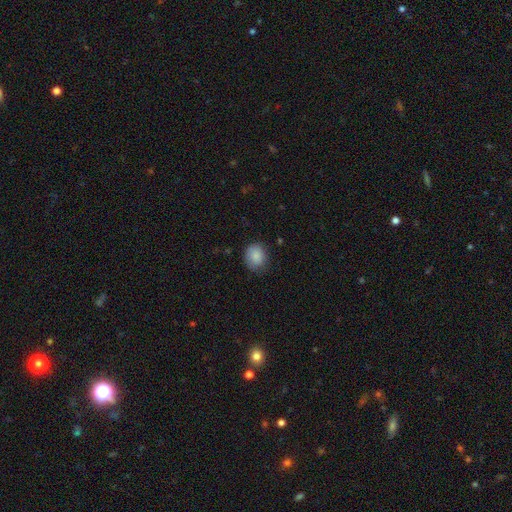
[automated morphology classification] A smooth galaxy with no disk features (85%) that is round (67%). Merging: none (72%).